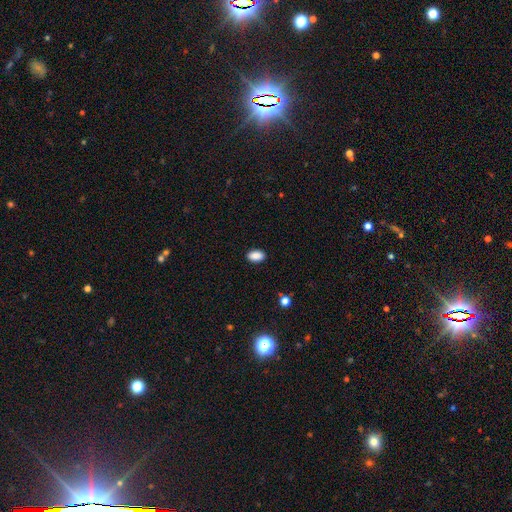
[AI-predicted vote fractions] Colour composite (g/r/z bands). It shows a smooth galaxy with no disk features (89%) that is in between round and cigar-shaped (89%). Merging: none (89%).